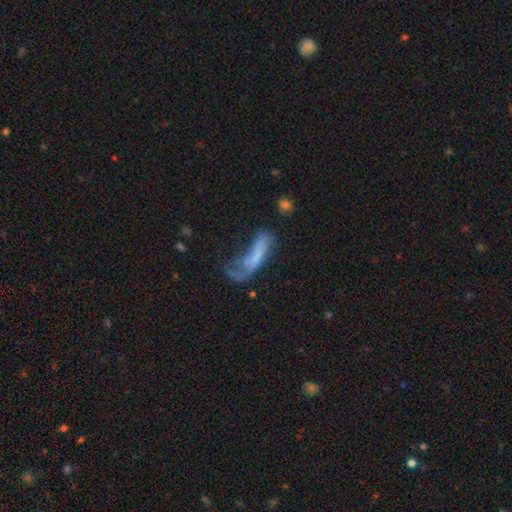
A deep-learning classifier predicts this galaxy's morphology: type=smooth (50%); merging=major disturbance (45%).